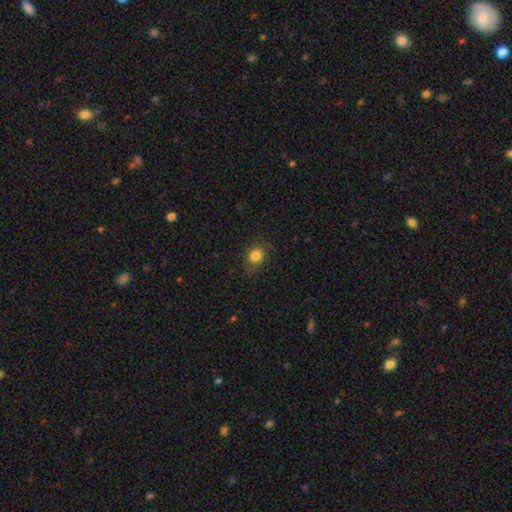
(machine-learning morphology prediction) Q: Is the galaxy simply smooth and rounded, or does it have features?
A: smooth — 83%.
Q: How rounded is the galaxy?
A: round — 76%.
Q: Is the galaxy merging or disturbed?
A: none — 77%.